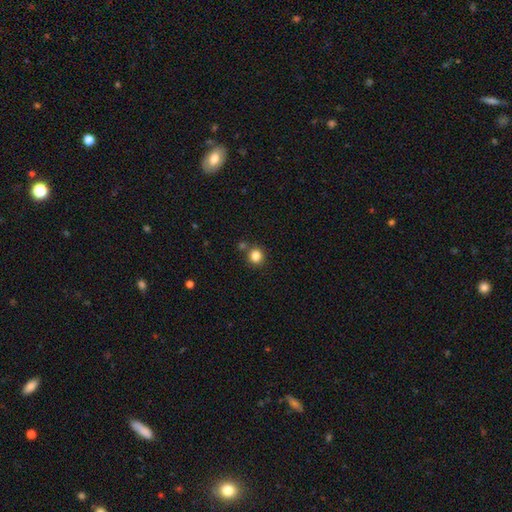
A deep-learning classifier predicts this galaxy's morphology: smooth_or_featured: smooth (p=0.84) [alt: star or artifact p=0.12]
how_rounded: round (p=0.88) [alt: in between p=0.11]
merging: none (p=0.78) [alt: merger p=0.10]